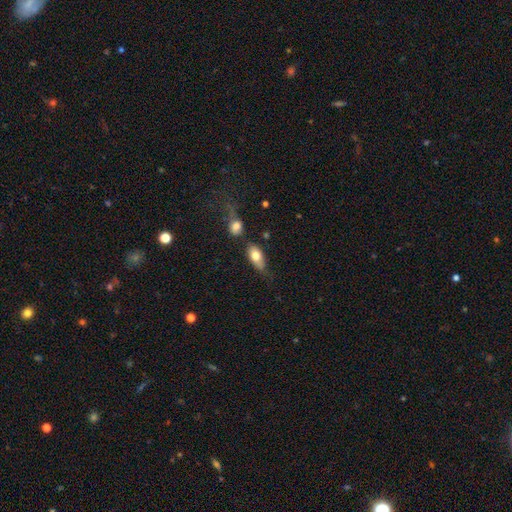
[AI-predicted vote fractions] smooth-or-featured: smooth: 75% | featured or disk: 18% | star or artifact: 7%
  how-rounded: in between: 88% | cigar-shaped: 6% | round: 5%
  merging: none: 55% | minor disturbance: 25% | merger: 12% | major disturbance: 8%